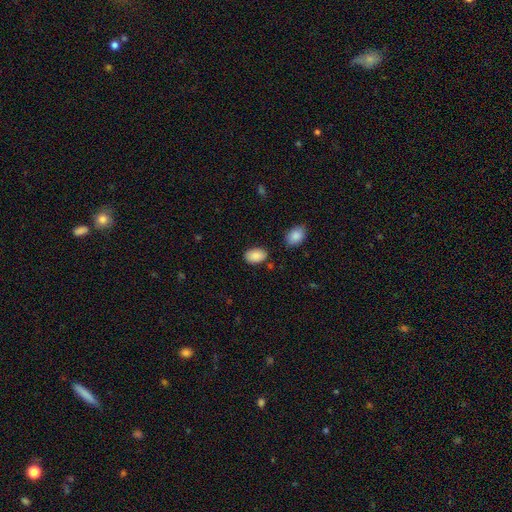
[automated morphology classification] Smooth or featured?
  - smooth: 88% *
  - star or artifact: 7%
  - featured or disk: 5%
How rounded?
  - in between: 89% *
  - round: 10%
  - cigar-shaped: 1%
Merging?
  - none: 79% *
  - minor disturbance: 14%
  - merger: 4%
  - major disturbance: 3%